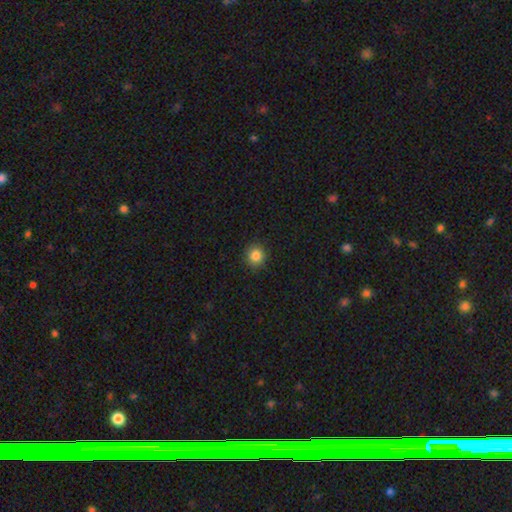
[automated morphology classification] This appears to be a smooth galaxy with no disk features (84%) that is round (91%). Merging: none (91%).